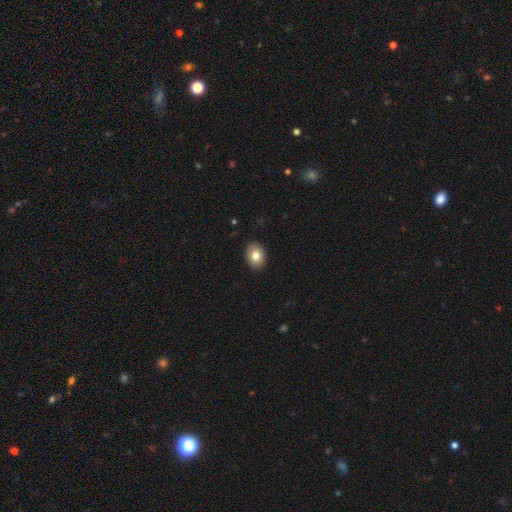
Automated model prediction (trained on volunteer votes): Morphology: type=smooth (80%); roundness=in between (61%); merging=none (90%).